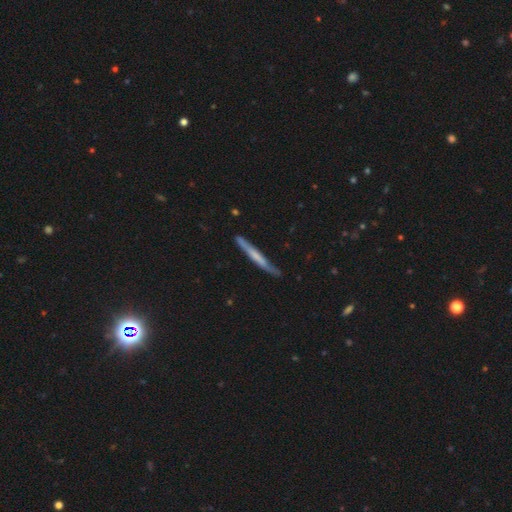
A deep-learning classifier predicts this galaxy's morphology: A featured or disk galaxy (50%). Merging: none (80%).